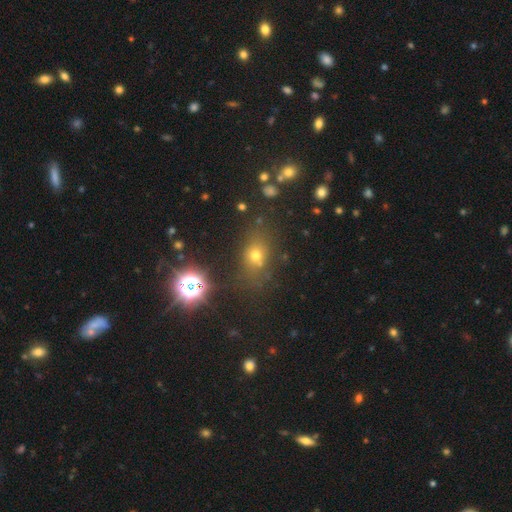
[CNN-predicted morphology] A smooth galaxy with no disk features (59%) that is in between round and cigar-shaped (50%). Merging: none (75%).